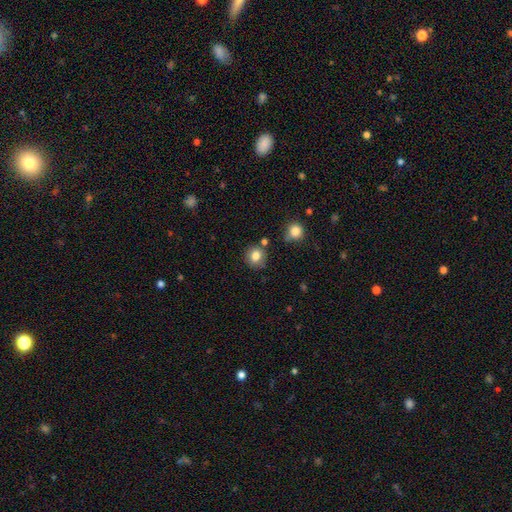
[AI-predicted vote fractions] This is clearly a smooth galaxy (81%). How rounded: clearly round (87%). Merging: clearly none (81%).